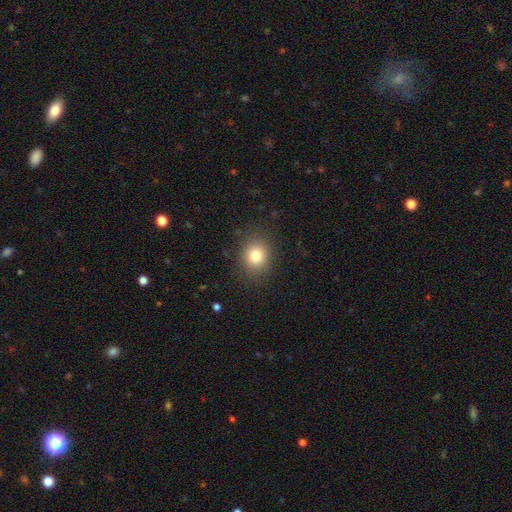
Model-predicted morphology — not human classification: smooth_or_featured: smooth (p=0.79) [alt: star or artifact p=0.12]
how_rounded: round (p=0.78) [alt: in between p=0.21]
merging: none (p=0.88) [alt: minor disturbance p=0.08]